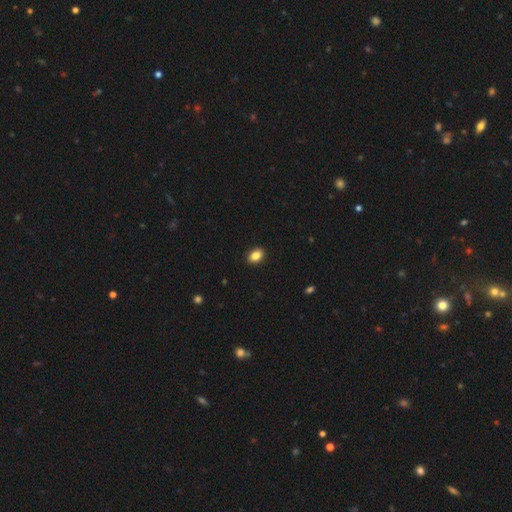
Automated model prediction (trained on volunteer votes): This appears to be a smooth galaxy with no disk features (86%) that is in between round and cigar-shaped (76%). Merging: none (90%).